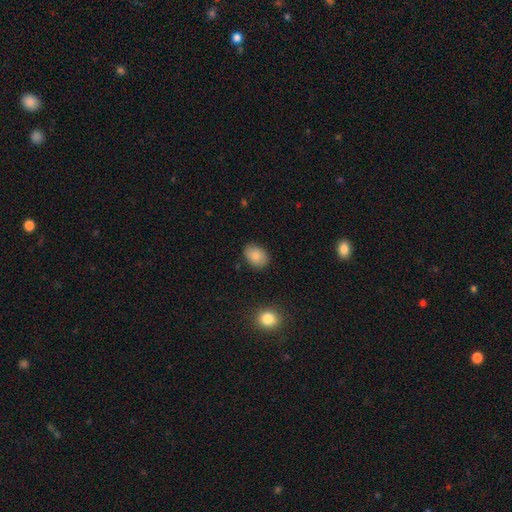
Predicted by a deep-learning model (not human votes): smooth_or_featured: smooth (p=0.83) [alt: featured or disk p=0.09]
how_rounded: in between (p=0.71) [alt: round p=0.28]
merging: none (p=0.83) [alt: minor disturbance p=0.13]